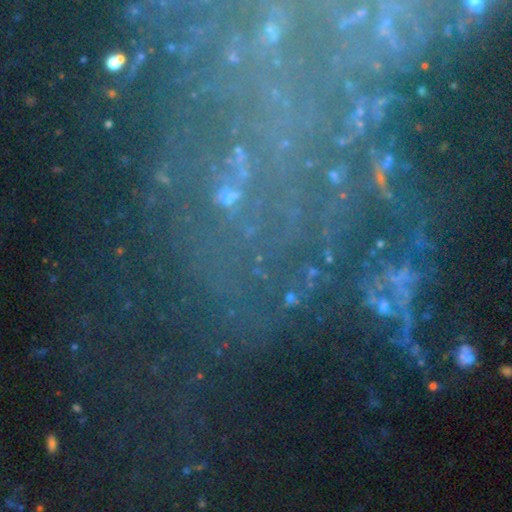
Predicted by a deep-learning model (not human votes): This is possibly a star or artifact rather than a galaxy (46%).